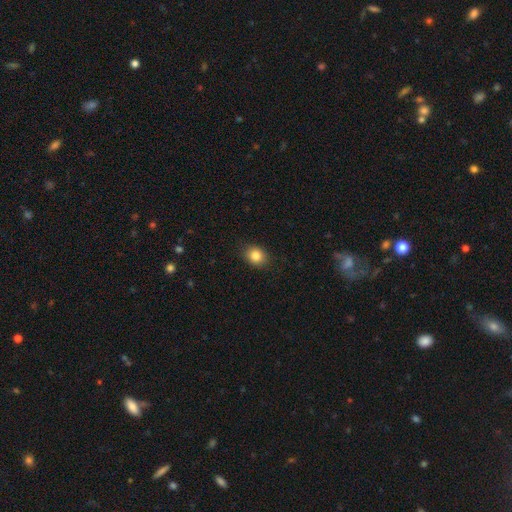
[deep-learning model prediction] Smooth or featured? Predicted: smooth (p=0.84). How rounded? Predicted: round (p=0.58). Merging? Predicted: none (p=0.87).